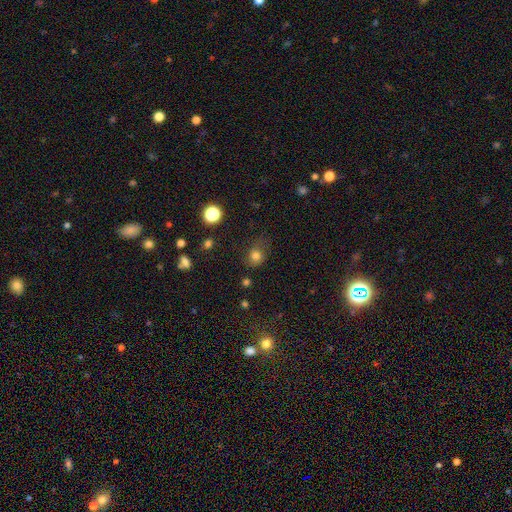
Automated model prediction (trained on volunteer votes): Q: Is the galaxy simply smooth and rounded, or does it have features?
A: smooth — 76%.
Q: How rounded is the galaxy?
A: round — 72%.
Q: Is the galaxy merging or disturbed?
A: none — 64%.